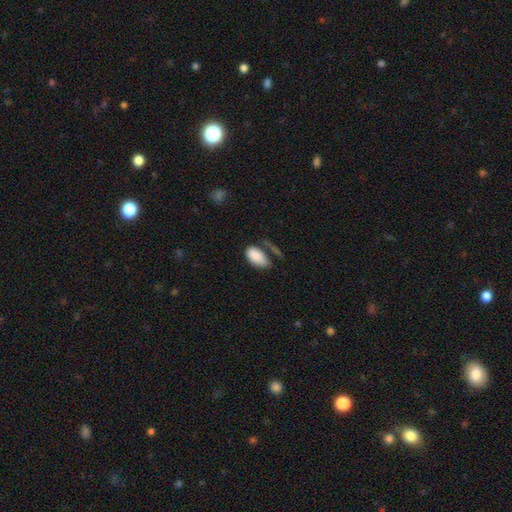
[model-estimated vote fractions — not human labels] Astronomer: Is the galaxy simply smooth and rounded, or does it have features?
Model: smooth — 86%.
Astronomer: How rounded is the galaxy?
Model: in between — 94%.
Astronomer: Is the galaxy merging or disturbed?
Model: none — 51%.